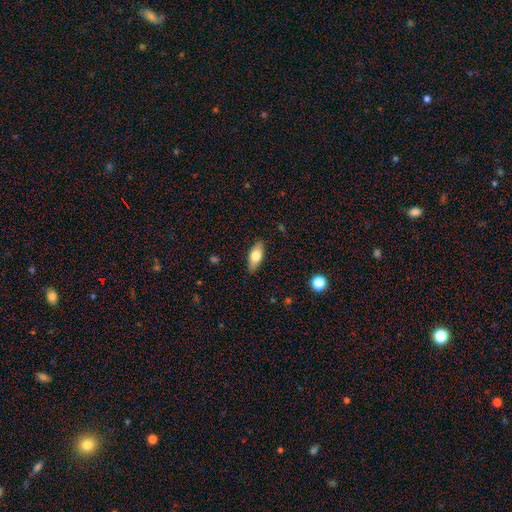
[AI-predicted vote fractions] This appears to be a smooth galaxy with no disk features (69%) that is in between round and cigar-shaped (78%). Merging: none (86%).